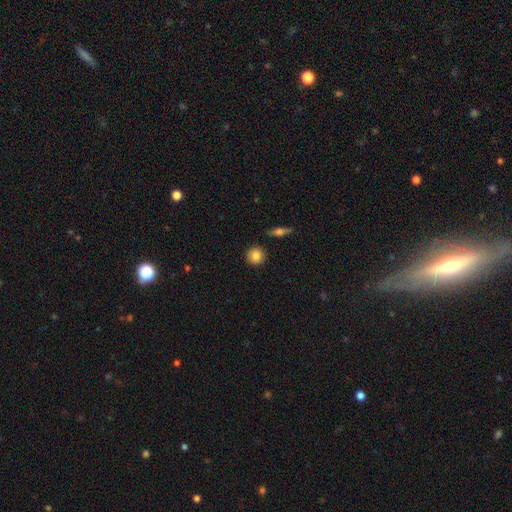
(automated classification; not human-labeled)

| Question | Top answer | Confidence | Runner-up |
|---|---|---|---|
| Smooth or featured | smooth | 83% | featured or disk (9%) |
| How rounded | round | 92% | in between (7%) |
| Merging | none | 90% | minor disturbance (6%) |